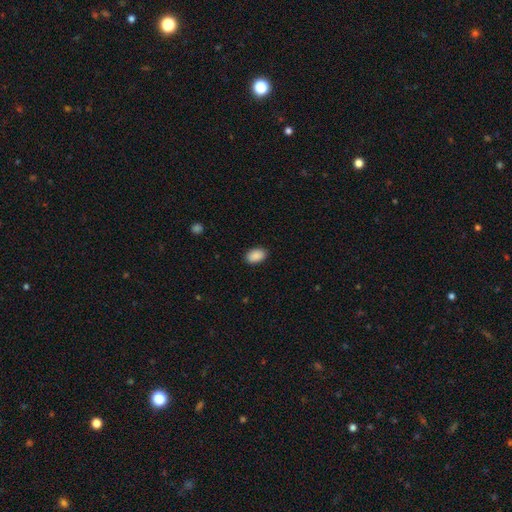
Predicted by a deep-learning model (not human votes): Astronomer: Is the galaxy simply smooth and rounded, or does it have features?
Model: smooth — 90%.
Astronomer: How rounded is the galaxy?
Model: in between — 88%.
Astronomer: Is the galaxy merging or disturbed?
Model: none — 89%.